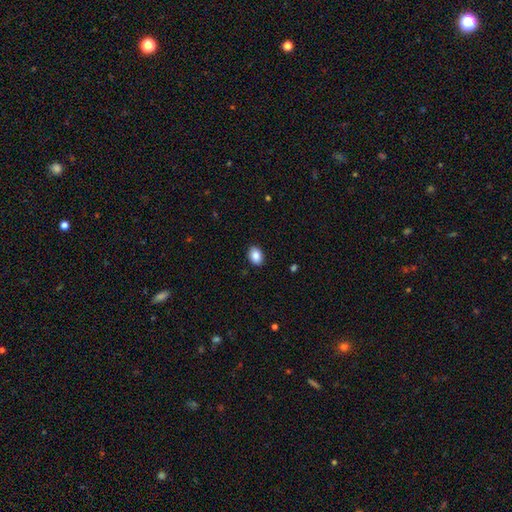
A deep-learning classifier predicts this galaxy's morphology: Smooth or featured: smooth — 87% (star or artifact — 8%)
How rounded: in between — 77% (round — 22%)
Merging: none — 90% (minor disturbance — 7%)